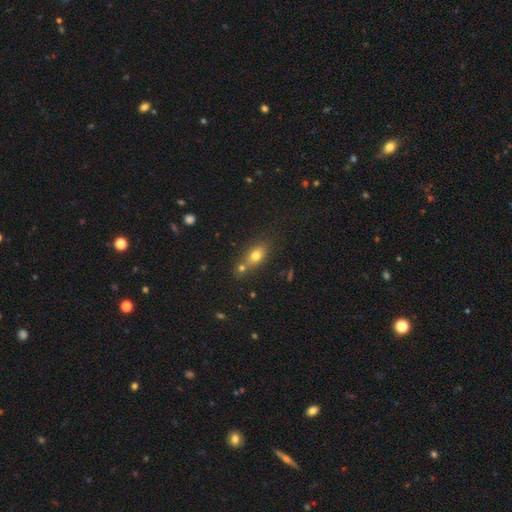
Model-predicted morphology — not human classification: smooth 72%, featured or disk 16%, star or artifact 12%. Down the decision tree: how rounded — in between (70%); merging — none (55%).